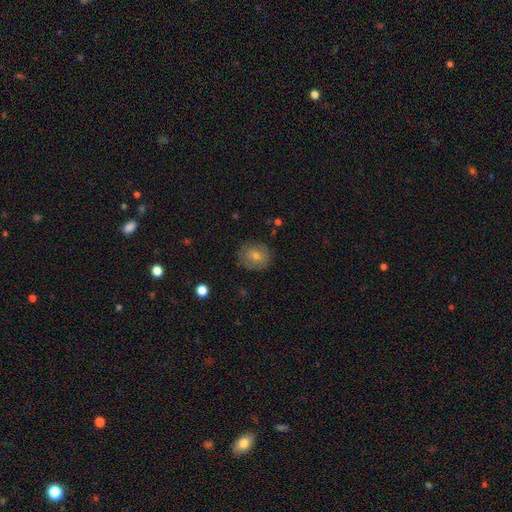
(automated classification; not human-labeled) This is possibly a smooth galaxy (57%). How rounded: likely round (78%). Merging: clearly none (82%).